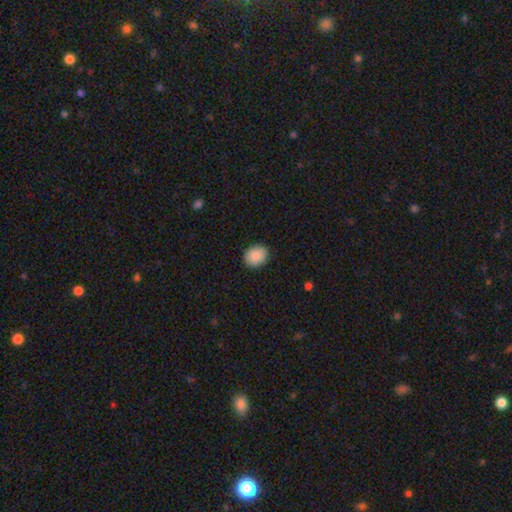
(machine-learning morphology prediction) A smooth galaxy with no disk features (89%) that is round (57%). Merging: none (90%).